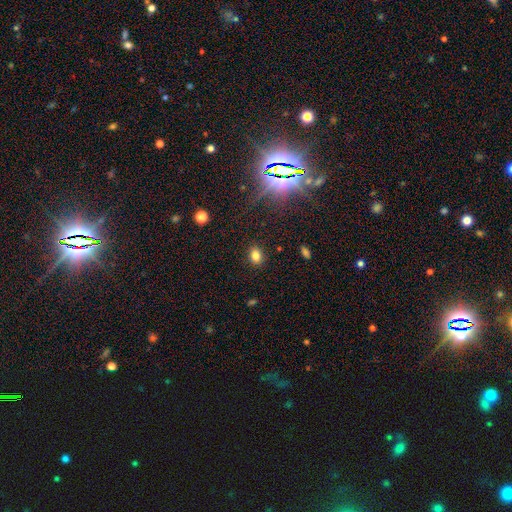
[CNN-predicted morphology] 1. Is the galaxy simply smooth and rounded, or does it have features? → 80% smooth, 14% star or artifact, 7% featured or disk.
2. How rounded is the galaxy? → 63% in between, 36% round, 1% cigar-shaped.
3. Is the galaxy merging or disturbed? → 87% none, 9% minor disturbance, 3% major disturbance, 1% merger.